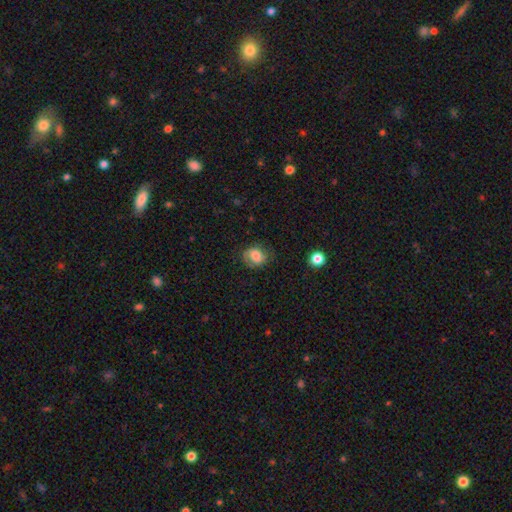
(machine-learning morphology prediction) A smooth galaxy with no disk features (73%) that is round (50%).

Vote fractions:
- Smooth or featured? smooth: 73% / featured or disk: 18% / star or artifact: 9%
- How rounded? round: 50% / in between: 49% / cigar-shaped: 1%
- Merging? none: 66% / minor disturbance: 24% / major disturbance: 9% / merger: 1%